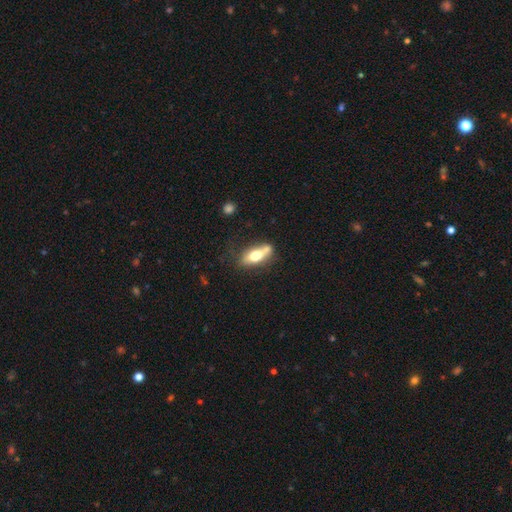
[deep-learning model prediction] A smooth galaxy with no disk features (55%) that is in between round and cigar-shaped (67%). Merging: none (55%).